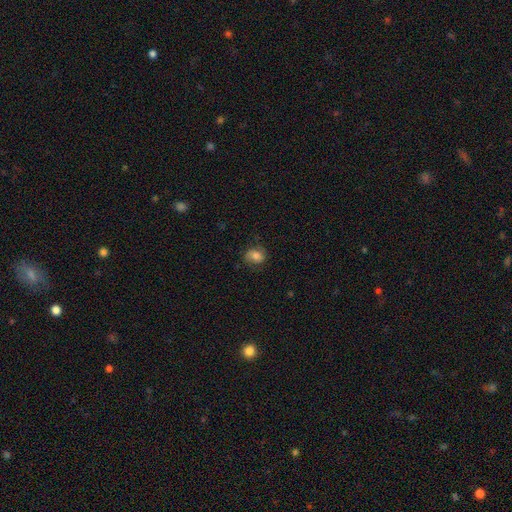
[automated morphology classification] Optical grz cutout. It shows a smooth galaxy with no disk features (74%) that is in between round and cigar-shaped (54%). Merging: none (71%).